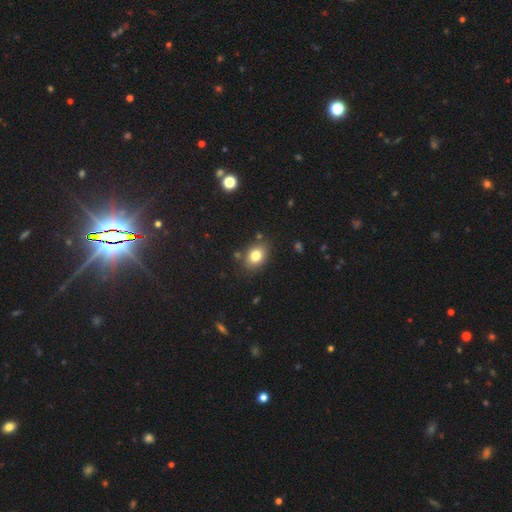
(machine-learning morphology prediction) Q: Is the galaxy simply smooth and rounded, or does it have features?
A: smooth — 80%.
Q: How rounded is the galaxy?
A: in between — 64%.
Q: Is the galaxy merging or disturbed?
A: none — 82%.